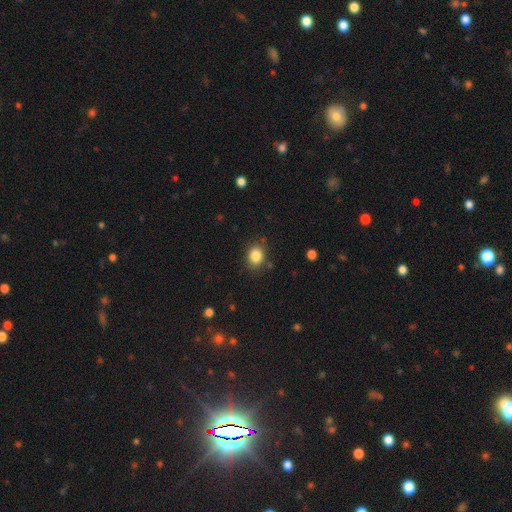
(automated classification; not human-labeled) Smooth or featured: smooth — 85% (star or artifact — 10%)
How rounded: round — 52% (in between — 47%)
Merging: none — 82% (minor disturbance — 12%)